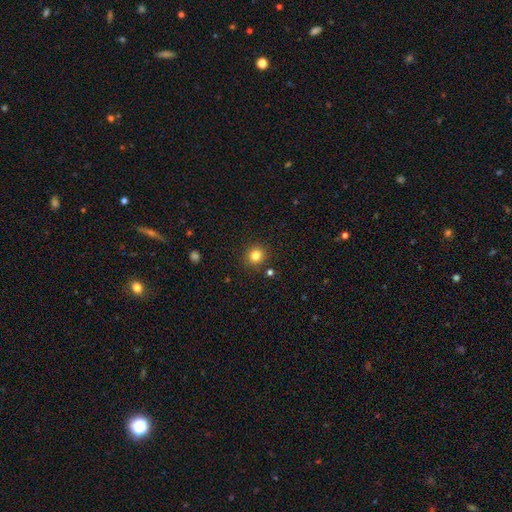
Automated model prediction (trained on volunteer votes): This appears to be a smooth galaxy with no disk features (82%) that is round (91%). Merging: none (89%).